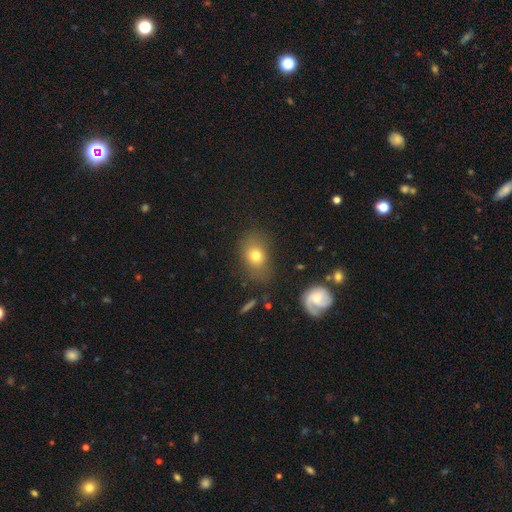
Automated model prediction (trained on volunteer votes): Morphology: type=smooth (74%); roundness=in between (61%); merging=none (72%).